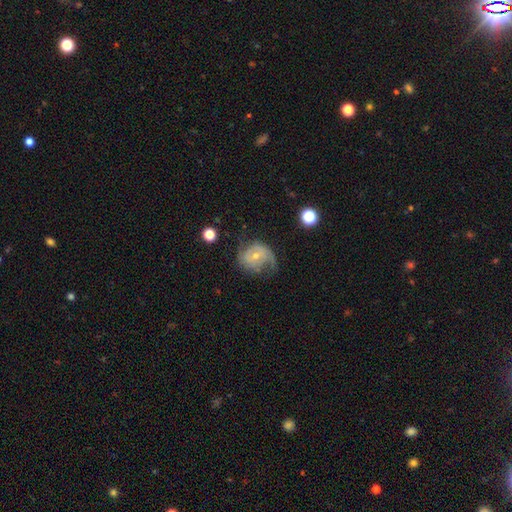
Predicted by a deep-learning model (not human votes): Overall: featured or disk (70%). Edge-on disk: no (97%). Bar: no (68%). Spiral arms: yes (87%). Spiral arm count: 2 (50%; 1 23%). Spiral winding: medium (38%; tight 34%). Bulge size: small (58%; moderate 37%). Merging: none (48%; minor disturbance 26%).